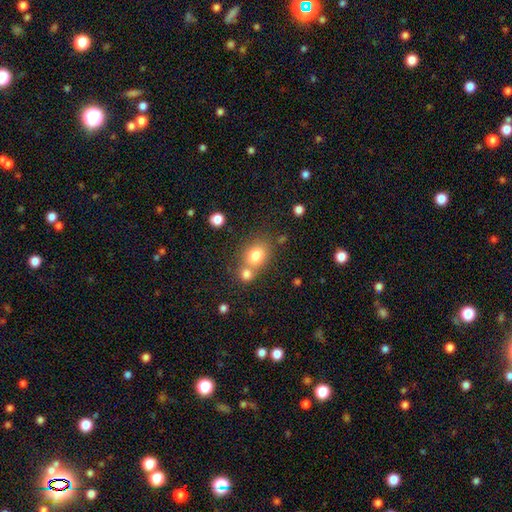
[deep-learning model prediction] Morphology: type=smooth (79%); roundness=round (57%); merging=none (48%).